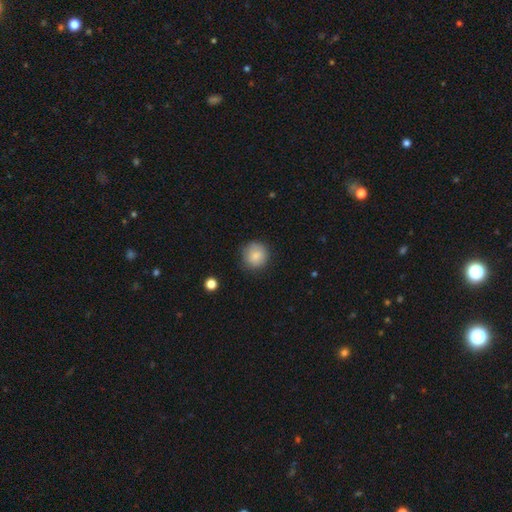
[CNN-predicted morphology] The model was most divided on "merging": none: 83%, minor disturbance: 13%, major disturbance: 3%, merger: 1%. More confident: how rounded — round (93%); smooth or featured — smooth (85%).